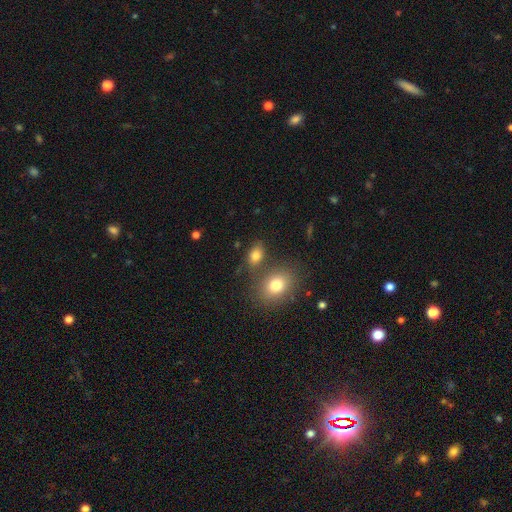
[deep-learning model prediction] Q: Smooth or featured?
A: smooth (79%); runner-up: star or artifact (12%)
Q: How rounded?
A: in between (79%); runner-up: round (19%)
Q: Merging?
A: none (64%); runner-up: merger (19%)